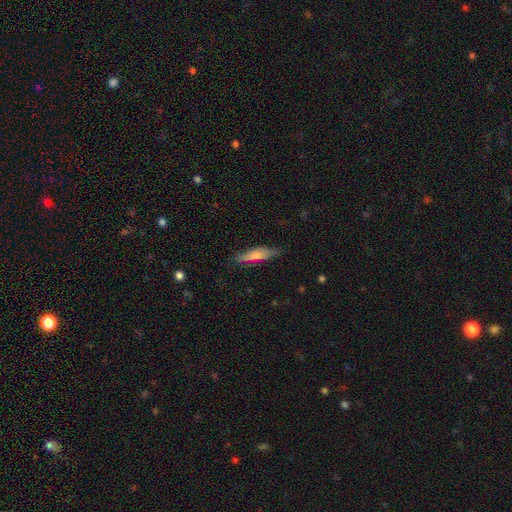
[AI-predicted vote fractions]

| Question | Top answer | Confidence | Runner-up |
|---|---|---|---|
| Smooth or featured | smooth | 70% | featured or disk (23%) |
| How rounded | cigar-shaped | 71% | in between (27%) |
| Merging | none | 75% | minor disturbance (19%) |